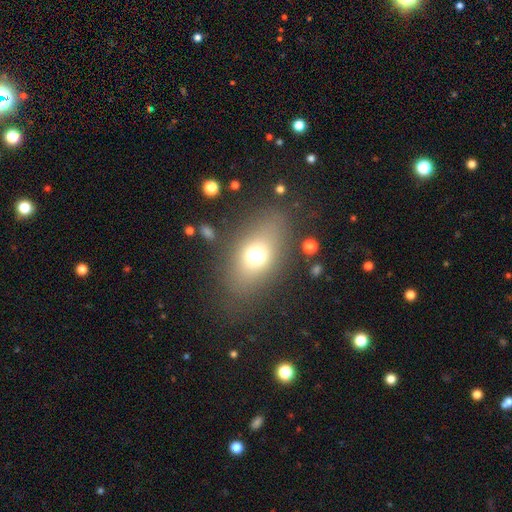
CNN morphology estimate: This is likely a smooth galaxy (65%). How rounded: likely in between (70%). Merging: likely none (74%).